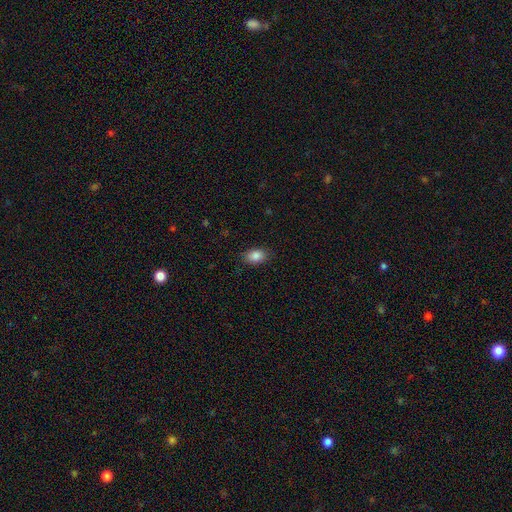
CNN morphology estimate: Overall: smooth (86%). How rounded: in between (82%). Merging: none (86%).